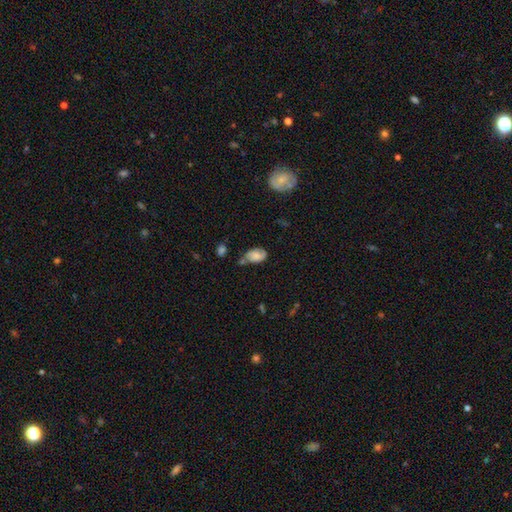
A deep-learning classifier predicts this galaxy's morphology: smooth-or-featured: smooth: 61% | featured or disk: 30% | star or artifact: 9%
  how-rounded: in between: 88% | round: 10% | cigar-shaped: 2%
  merging: none: 42% | minor disturbance: 33% | merger: 13% | major disturbance: 11%